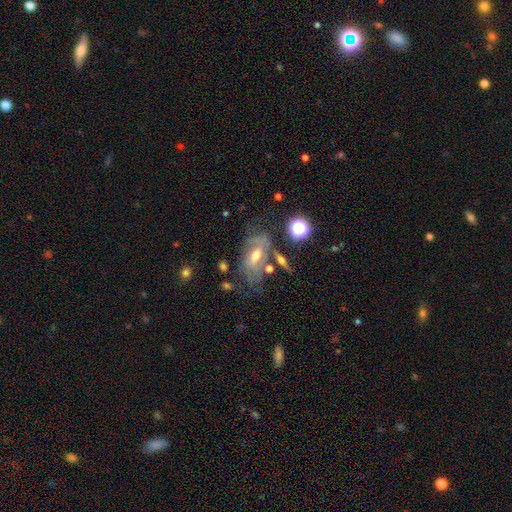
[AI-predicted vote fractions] Smooth or featured?
  - featured or disk: 66% *
  - smooth: 22%
  - star or artifact: 12%
Edge-on disk?
  - no: 89% *
  - yes: 11%
Bar?
  - no: 43% *
  - weak: 39%
  - strong: 18%
Spiral arms?
  - yes: 68% *
  - no: 32%
Bulge size?
  - moderate: 67% *
  - small: 26%
  - large: 5%
  - none: 2%
  - dominant: 1%
Merging?
  - none: 50% *
  - minor disturbance: 23%
  - major disturbance: 17%
  - merger: 10%